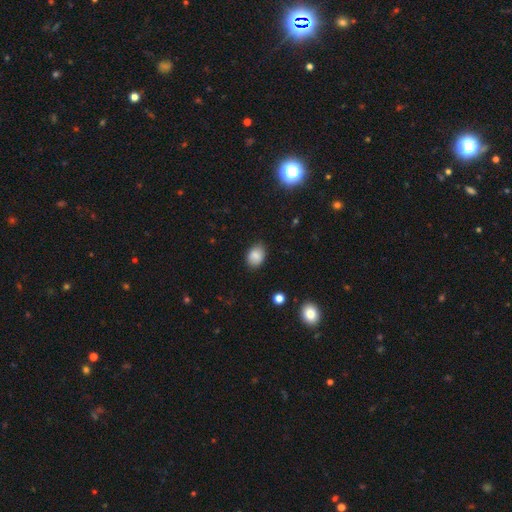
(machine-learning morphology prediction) The model was most divided on "how rounded": in between: 72%, round: 27%, cigar-shaped: 1%. More confident: smooth or featured — smooth (86%); merging — none (82%).